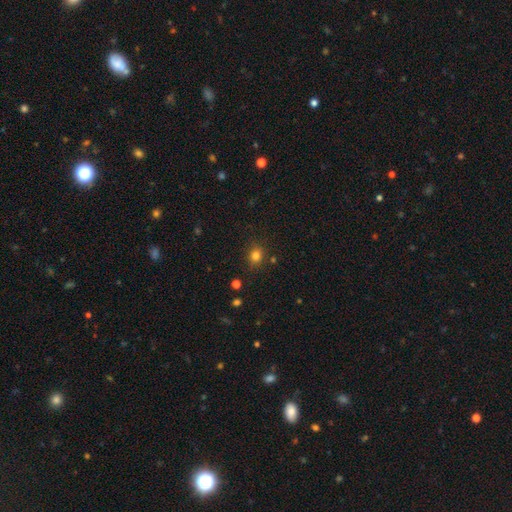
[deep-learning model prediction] smooth 81%, star or artifact 14%, featured or disk 6%. Down the decision tree: how rounded — round (69%); merging — none (83%).